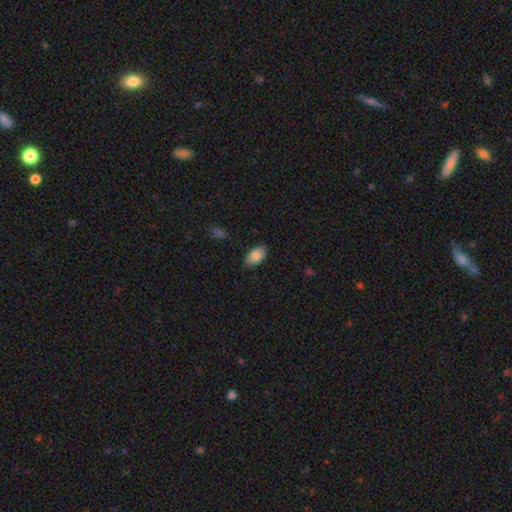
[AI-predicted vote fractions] smooth-or-featured: smooth: 81% | featured or disk: 13% | star or artifact: 7%
  how-rounded: in between: 94% | round: 5% | cigar-shaped: 1%
  merging: none: 86% | minor disturbance: 11% | major disturbance: 2% | merger: 1%